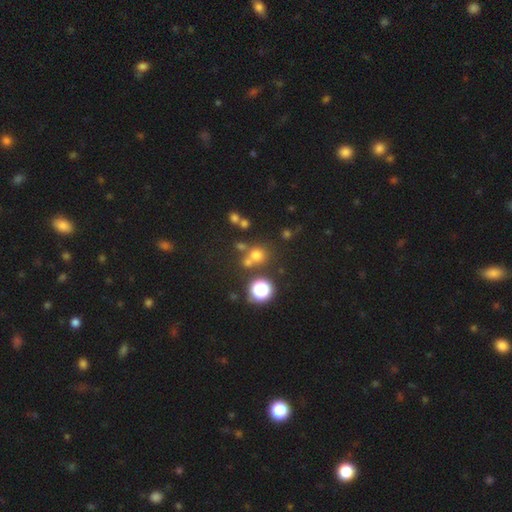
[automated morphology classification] This is likely a smooth galaxy (62%). How rounded: clearly round (88%). Merging: likely none (63%).